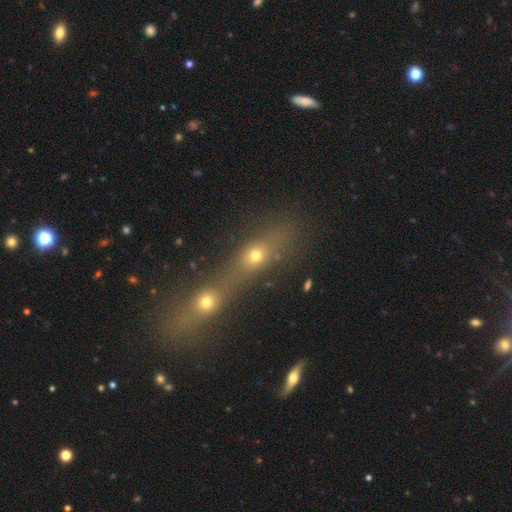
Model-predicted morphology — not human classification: The model was most divided on "how rounded": in between: 39%, round: 36%, cigar-shaped: 25%. More confident: merging — merger (65%); smooth or featured — smooth (59%).